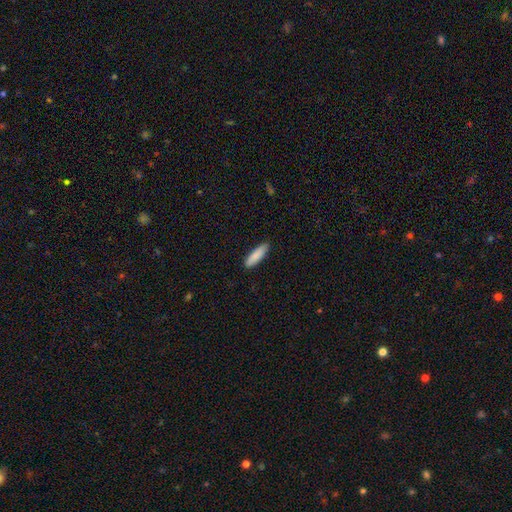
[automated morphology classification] This appears to be a smooth galaxy with no disk features (87%) that is cigar-shaped (58%). Merging: none (87%).